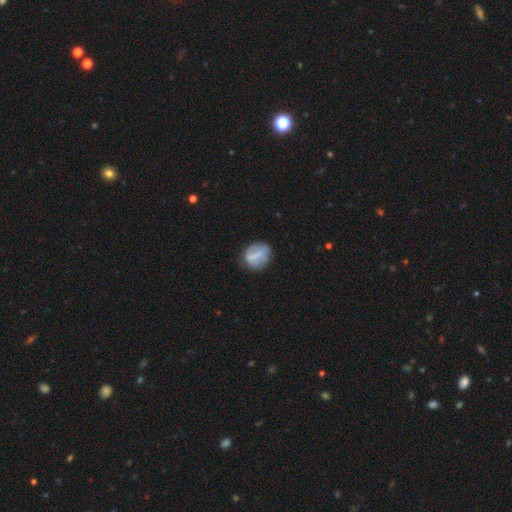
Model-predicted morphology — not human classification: Smooth or featured? Predicted: smooth (p=0.48). Merging? Predicted: none (p=0.68).